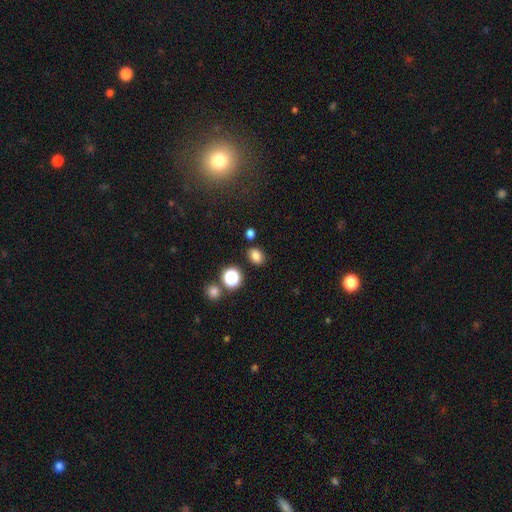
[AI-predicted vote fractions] Q: Smooth or featured?
A: smooth (80%); runner-up: star or artifact (14%)
Q: How rounded?
A: in between (63%); runner-up: round (36%)
Q: Merging?
A: none (82%); runner-up: minor disturbance (10%)